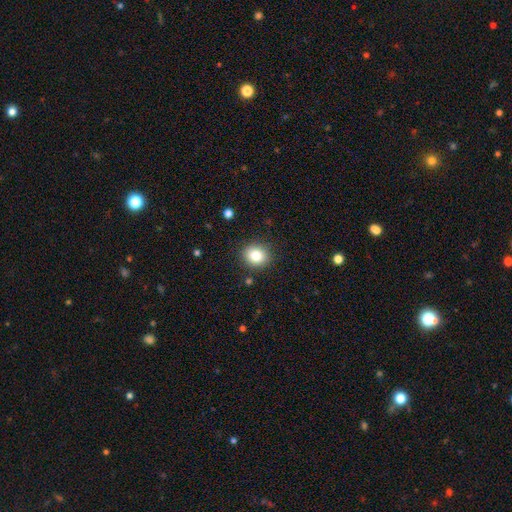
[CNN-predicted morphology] Smooth or featured: smooth — 82% (star or artifact — 11%)
How rounded: round — 77% (in between — 22%)
Merging: none — 89% (minor disturbance — 8%)